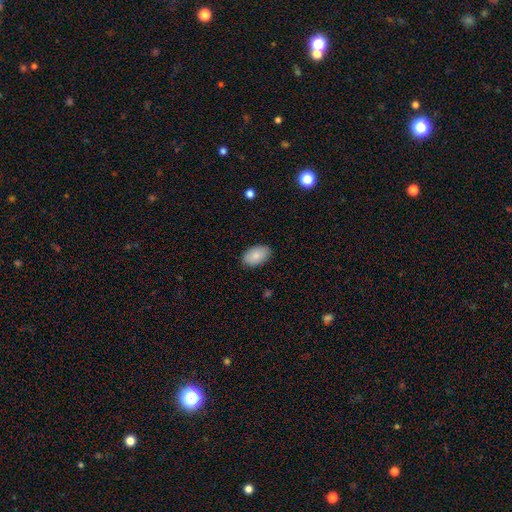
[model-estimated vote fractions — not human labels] smooth 85%, featured or disk 9%, star or artifact 6%. Down the decision tree: how rounded — in between (93%); merging — none (88%).